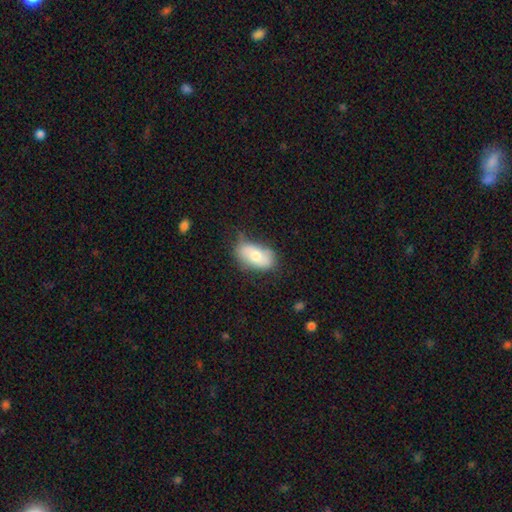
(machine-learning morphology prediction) smooth 65%, featured or disk 28%, star or artifact 7%. Down the decision tree: how rounded — in between (92%); merging — none (57%).